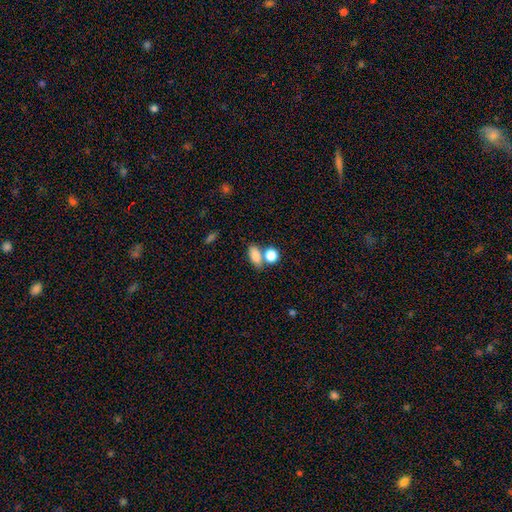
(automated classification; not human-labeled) This appears to be a smooth galaxy with no disk features (82%) that is in between round and cigar-shaped (76%). Merging: none (47%).